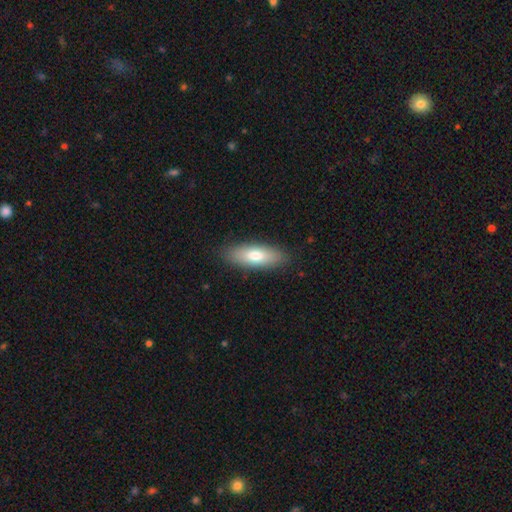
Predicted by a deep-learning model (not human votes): This is likely a smooth galaxy (76%). How rounded: likely in between (65%). Merging: clearly none (87%).